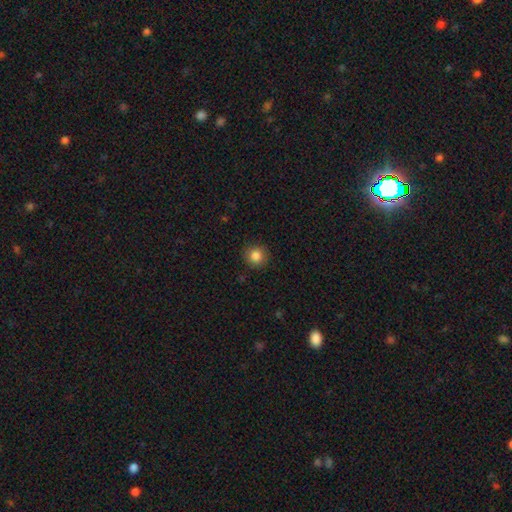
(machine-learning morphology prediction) A smooth galaxy with no disk features (85%) that is round (91%). Merging: none (89%).